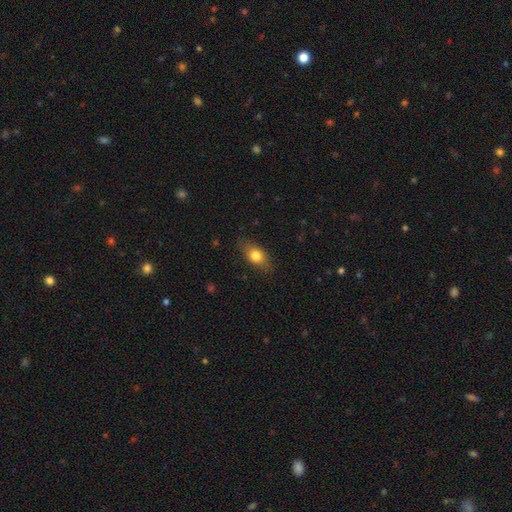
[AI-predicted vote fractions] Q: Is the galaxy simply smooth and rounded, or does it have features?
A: smooth — 75%.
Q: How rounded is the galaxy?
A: in between — 78%.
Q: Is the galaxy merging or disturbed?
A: none — 79%.